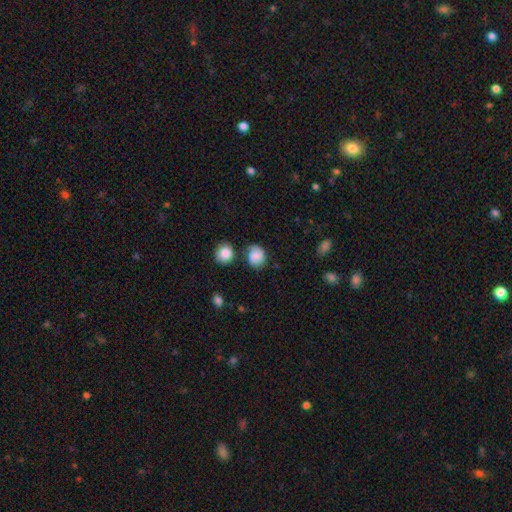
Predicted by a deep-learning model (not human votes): Smooth or featured?
  - smooth: 69% *
  - featured or disk: 21%
  - star or artifact: 10%
How rounded?
  - round: 66% *
  - in between: 33%
  - cigar-shaped: 1%
Merging?
  - none: 65% *
  - minor disturbance: 21%
  - merger: 8%
  - major disturbance: 6%